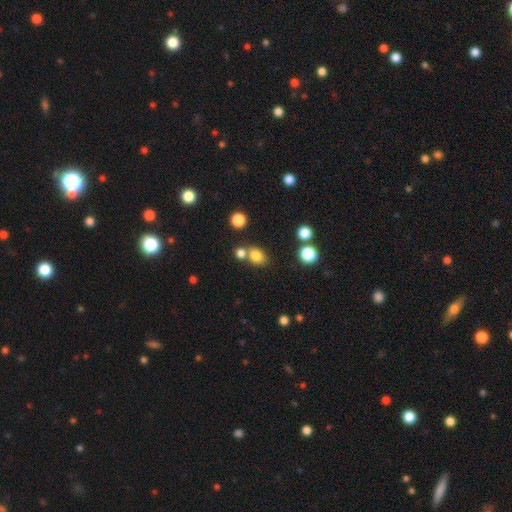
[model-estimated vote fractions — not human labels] Smooth or featured: smooth — 80% (star or artifact — 13%)
How rounded: in between — 55% (round — 43%)
Merging: none — 61% (merger — 25%)